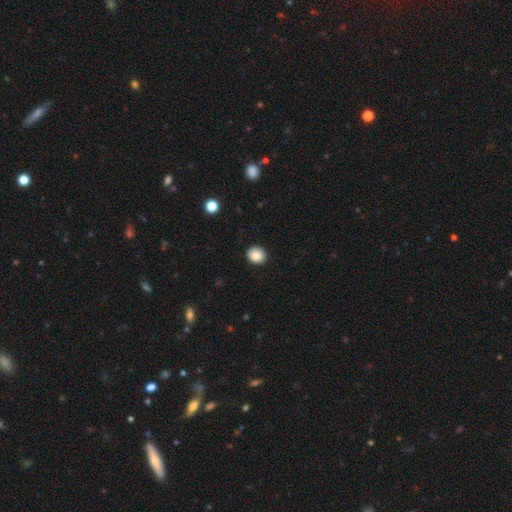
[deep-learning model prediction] Morphology: type=smooth (86%); roundness=round (75%); merging=none (92%).